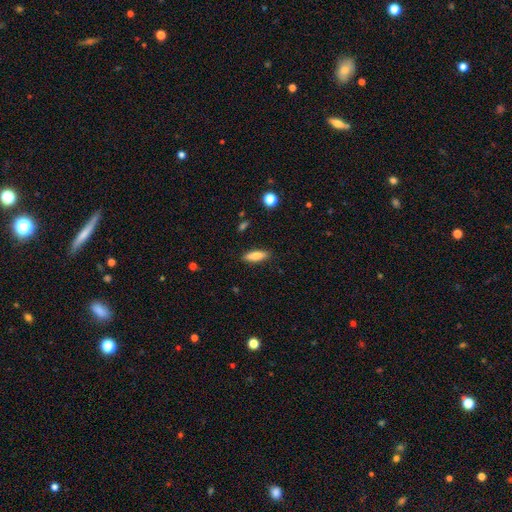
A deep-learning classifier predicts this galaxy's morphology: Smooth or featured? Predicted: smooth (p=0.83). How rounded? Predicted: in between (p=0.58). Merging? Predicted: none (p=0.87).